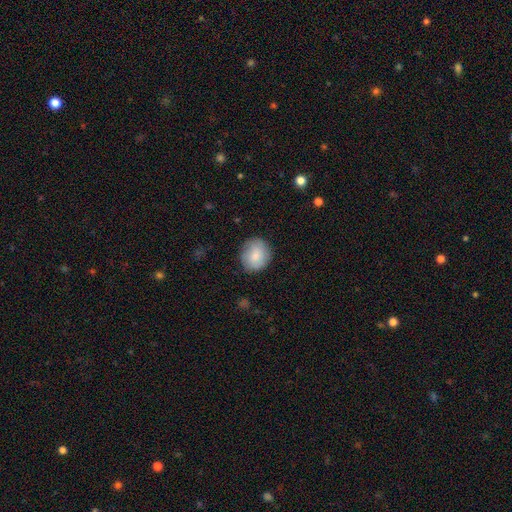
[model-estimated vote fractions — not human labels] Morphology: type=smooth (83%); roundness=round (82%); merging=none (84%).